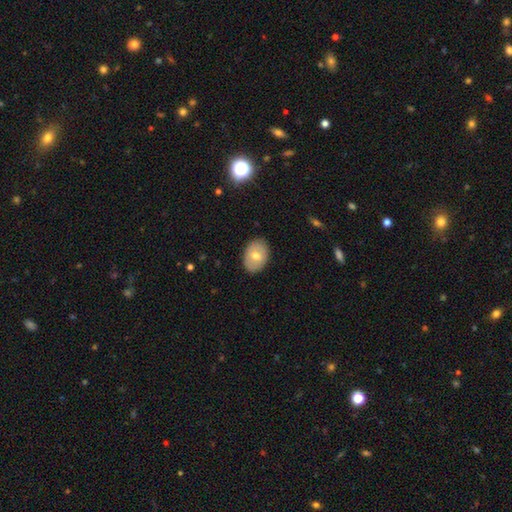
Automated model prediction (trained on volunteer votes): Morphology: type=smooth (66%); roundness=in between (79%); merging=none (86%).